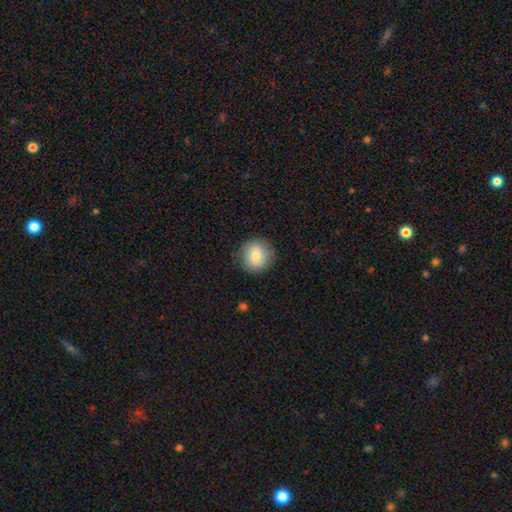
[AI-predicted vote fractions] Smooth or featured?
  - smooth: 80% *
  - featured or disk: 12%
  - star or artifact: 8%
How rounded?
  - round: 89% *
  - in between: 10%
  - cigar-shaped: 1%
Merging?
  - none: 86% *
  - minor disturbance: 10%
  - major disturbance: 3%
  - merger: 1%